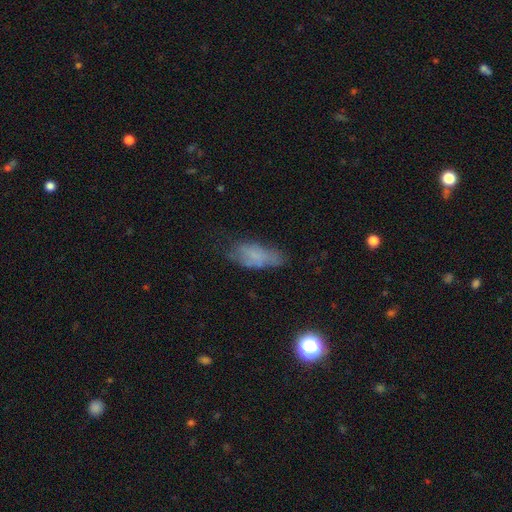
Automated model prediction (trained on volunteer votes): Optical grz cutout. It shows a smooth galaxy with no disk features (63%) that is in between round and cigar-shaped (81%). Merging: none (50%).